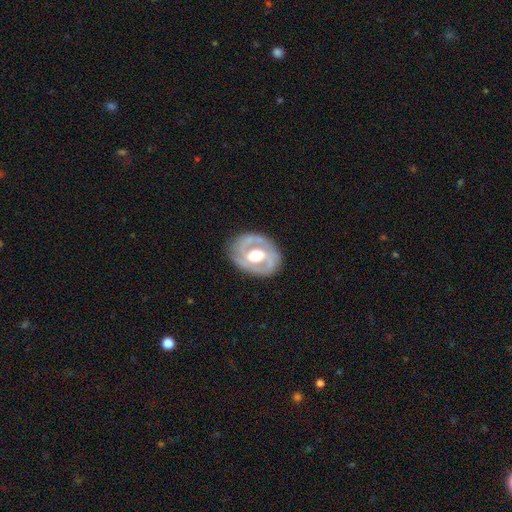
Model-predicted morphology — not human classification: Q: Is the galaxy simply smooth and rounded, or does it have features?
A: featured or disk — 79%.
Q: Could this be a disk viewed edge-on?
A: no — 96%.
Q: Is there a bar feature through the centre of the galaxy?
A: no — 47%.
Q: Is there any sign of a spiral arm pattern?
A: yes — 73%.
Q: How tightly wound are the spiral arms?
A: tight — 49%.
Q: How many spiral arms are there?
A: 2 — 75%.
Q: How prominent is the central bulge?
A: moderate — 61%.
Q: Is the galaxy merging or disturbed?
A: none — 78%.